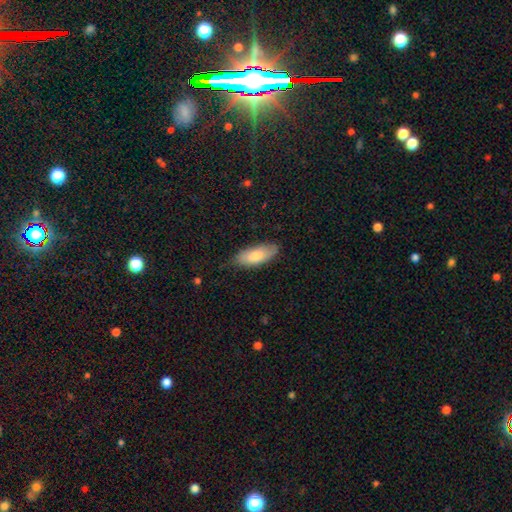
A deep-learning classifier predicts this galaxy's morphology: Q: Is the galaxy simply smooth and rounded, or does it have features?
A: smooth — 80%.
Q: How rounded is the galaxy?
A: in between — 80%.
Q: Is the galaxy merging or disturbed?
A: none — 78%.